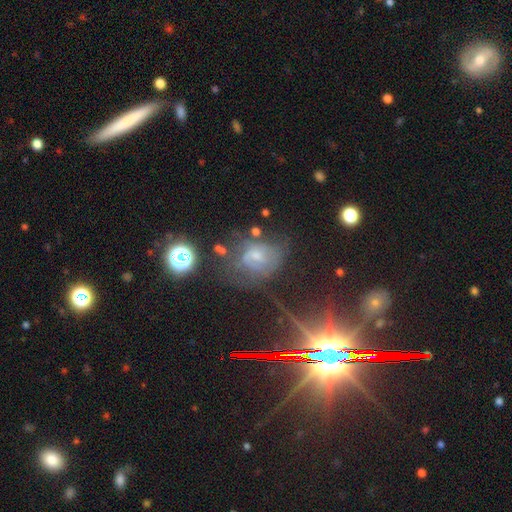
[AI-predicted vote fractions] Q: Smooth or featured?
A: featured or disk (44%); runner-up: star or artifact (31%)
Q: Merging?
A: none (55%); runner-up: minor disturbance (23%)